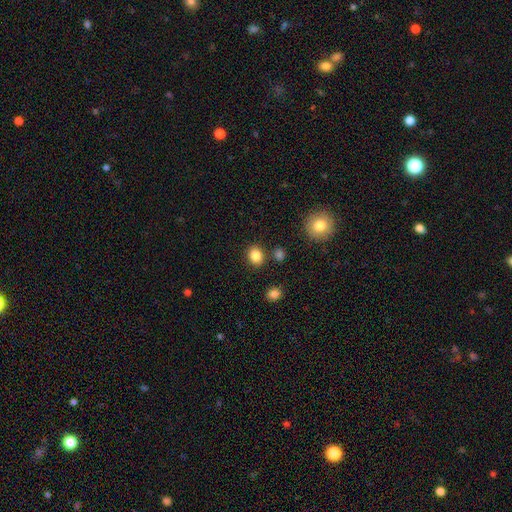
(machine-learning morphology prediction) Q: Smooth or featured?
A: smooth (85%); runner-up: star or artifact (10%)
Q: How rounded?
A: round (63%); runner-up: in between (36%)
Q: Merging?
A: none (84%); runner-up: minor disturbance (8%)